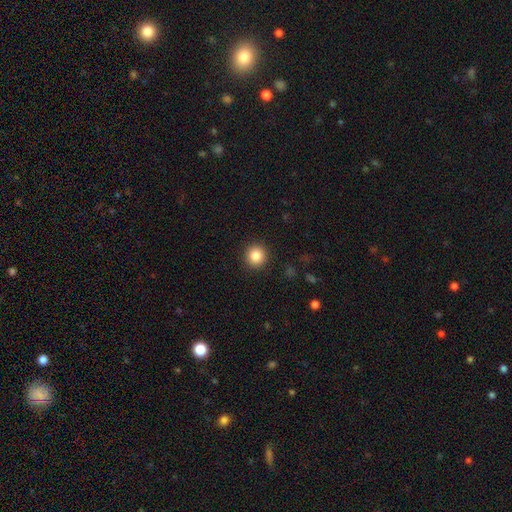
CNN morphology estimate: This is clearly a smooth galaxy (85%). How rounded: clearly round (94%). Merging: clearly none (92%).